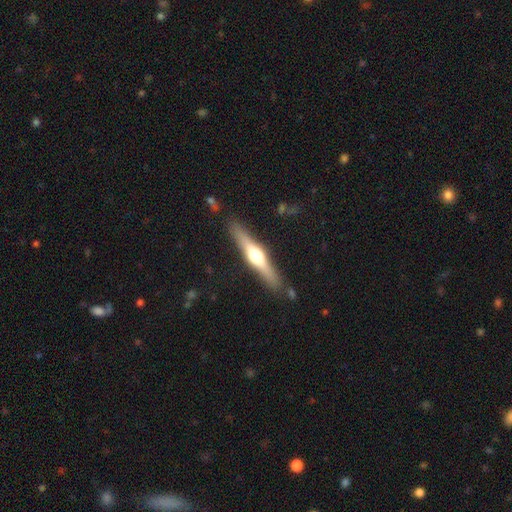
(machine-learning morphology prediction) This is likely a featured or disk galaxy (65%). It is clearly viewed edge-on (96%). Edge-on bulge: clearly rounded (92%). Merging: clearly none (86%).